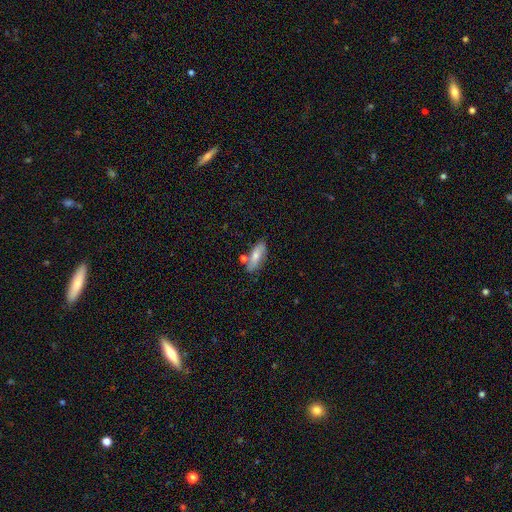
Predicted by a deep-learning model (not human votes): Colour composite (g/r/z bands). It shows a smooth galaxy with no disk features (68%) that is in between round and cigar-shaped (71%). Merging: none (71%).